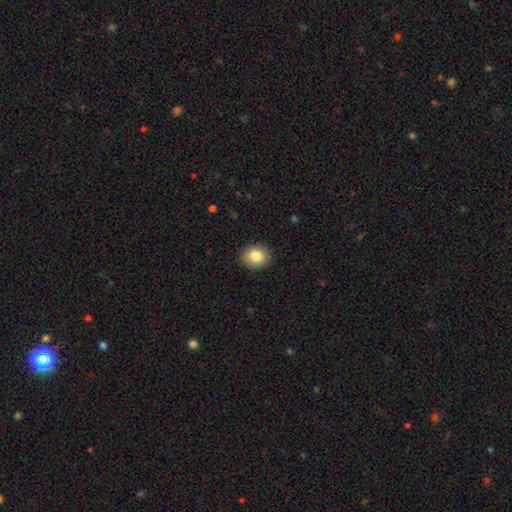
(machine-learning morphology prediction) smooth_or_featured: smooth (p=0.84) [alt: star or artifact p=0.09]
how_rounded: round (p=0.68) [alt: in between p=0.31]
merging: none (p=0.90) [alt: minor disturbance p=0.07]